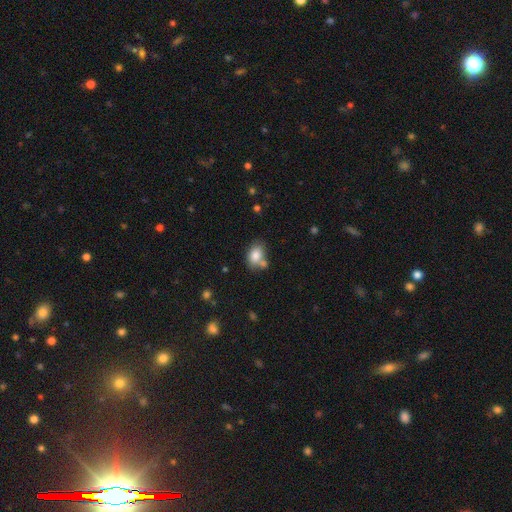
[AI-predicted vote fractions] A smooth galaxy with no disk features (81%) that is in between round and cigar-shaped (76%).

Vote fractions:
- Smooth or featured? smooth: 81% / featured or disk: 10% / star or artifact: 9%
- How rounded? in between: 76% / round: 23% / cigar-shaped: 1%
- Merging? none: 55% / merger: 24% / minor disturbance: 17% / major disturbance: 5%